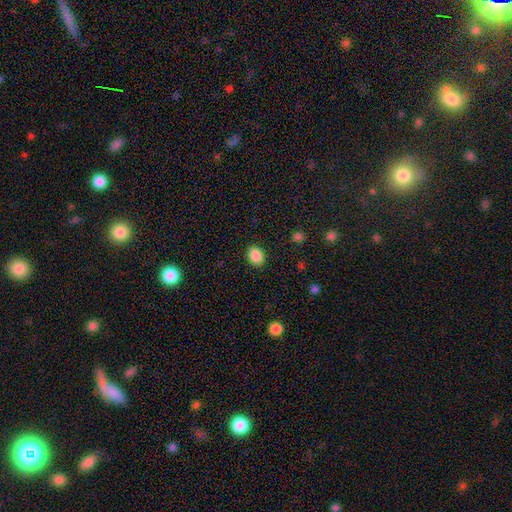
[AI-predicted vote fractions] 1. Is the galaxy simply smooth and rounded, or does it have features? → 88% smooth, 9% star or artifact, 3% featured or disk.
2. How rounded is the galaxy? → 59% in between, 40% round, 1% cigar-shaped.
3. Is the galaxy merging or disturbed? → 89% none, 7% minor disturbance, 2% major disturbance, 1% merger.